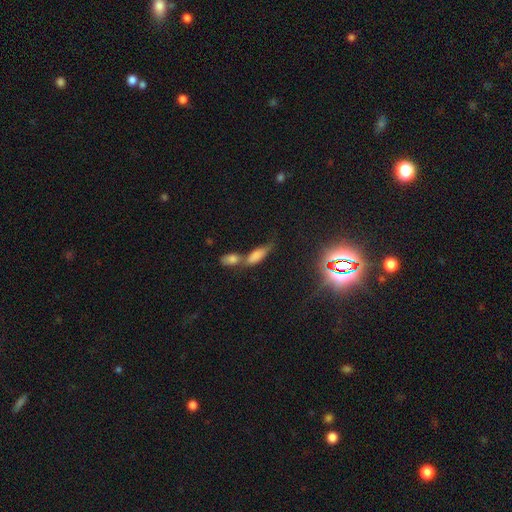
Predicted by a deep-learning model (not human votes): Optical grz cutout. It shows a smooth galaxy with no disk features (55%) that is in between round and cigar-shaped (64%). Merging: merger (52%).